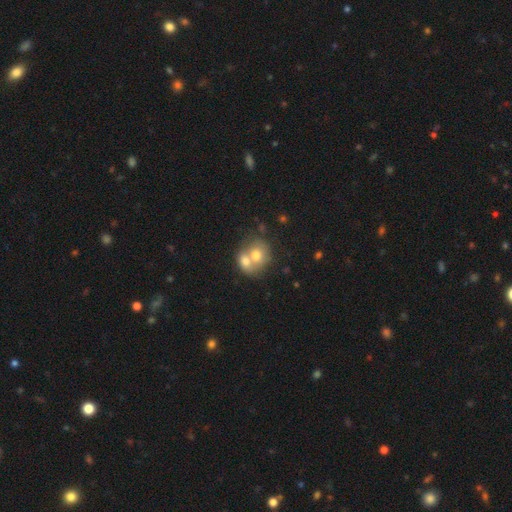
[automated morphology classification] Smooth or featured?
  - smooth: 67% *
  - featured or disk: 25%
  - star or artifact: 8%
How rounded?
  - round: 62% *
  - in between: 37%
  - cigar-shaped: 1%
Merging?
  - merger: 68% *
  - none: 22%
  - minor disturbance: 7%
  - major disturbance: 3%